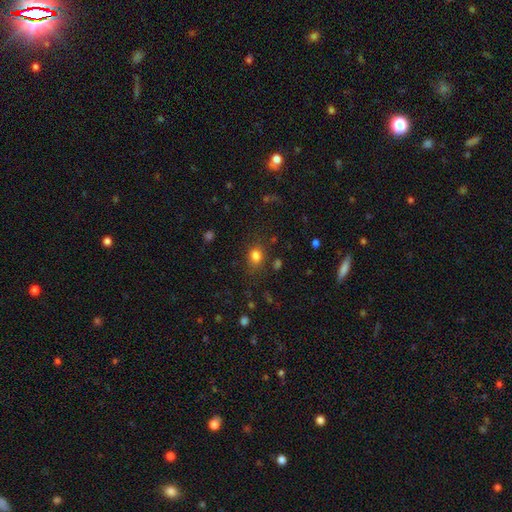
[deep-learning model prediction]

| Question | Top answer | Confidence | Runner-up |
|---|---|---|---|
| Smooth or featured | smooth | 80% | star or artifact (14%) |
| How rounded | in between | 53% | round (46%) |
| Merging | none | 74% | minor disturbance (16%) |